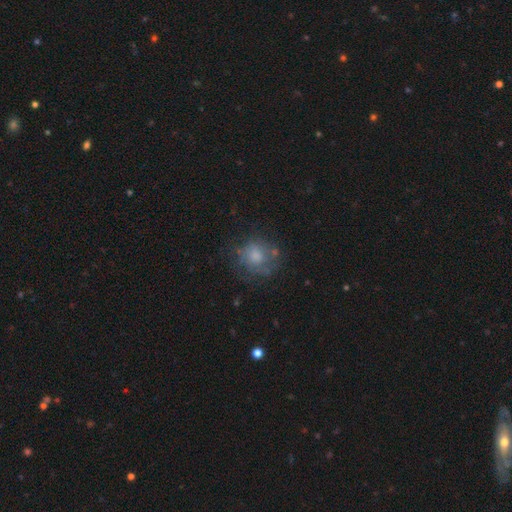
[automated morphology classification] smooth 55%, featured or disk 34%, star or artifact 11%. Down the decision tree: how rounded — round (79%); merging — none (58%).